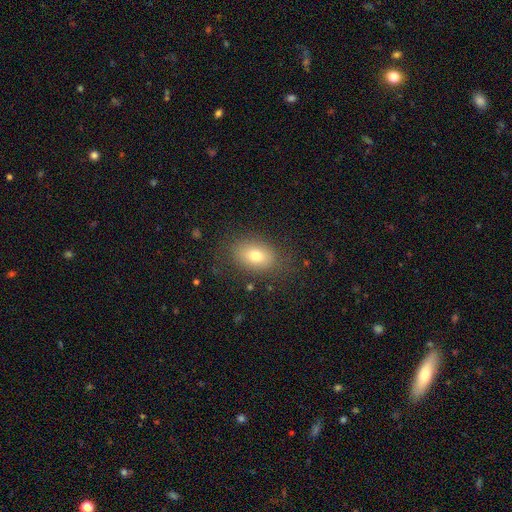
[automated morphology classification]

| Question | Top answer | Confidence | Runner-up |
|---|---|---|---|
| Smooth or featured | smooth | 74% | featured or disk (15%) |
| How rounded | in between | 81% | round (18%) |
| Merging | none | 82% | minor disturbance (12%) |